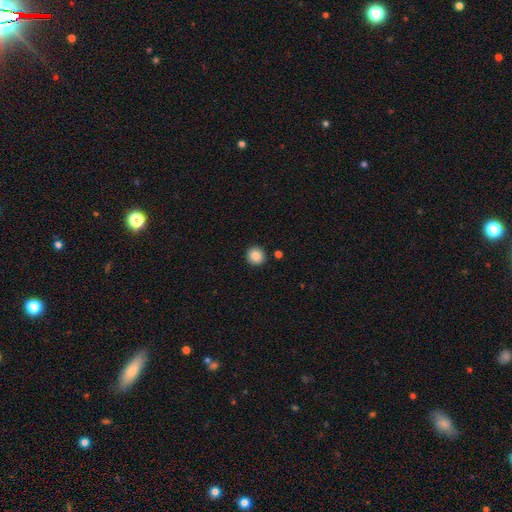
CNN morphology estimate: Overall: smooth (87%). How rounded: round (93%). Merging: none (91%).